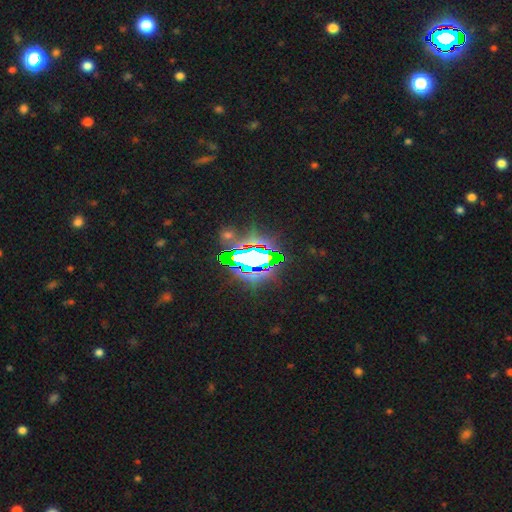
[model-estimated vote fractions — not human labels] A star or artifact, not a galaxy (83%).

Vote fractions:
- Smooth or featured? star or artifact: 83% / smooth: 9% / featured or disk: 8%